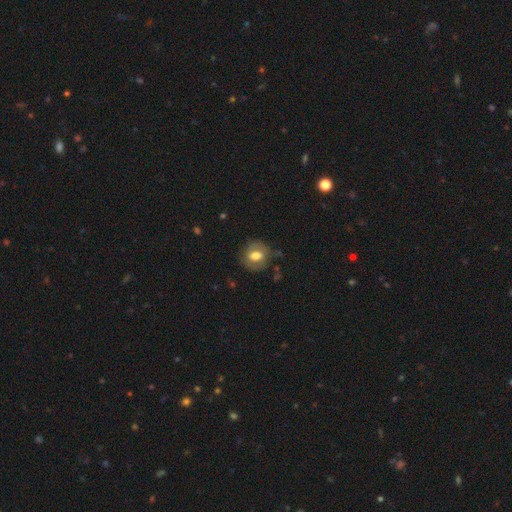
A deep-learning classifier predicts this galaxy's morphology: This is possibly a smooth galaxy (59%). How rounded: likely round (61%). Merging: likely none (71%).